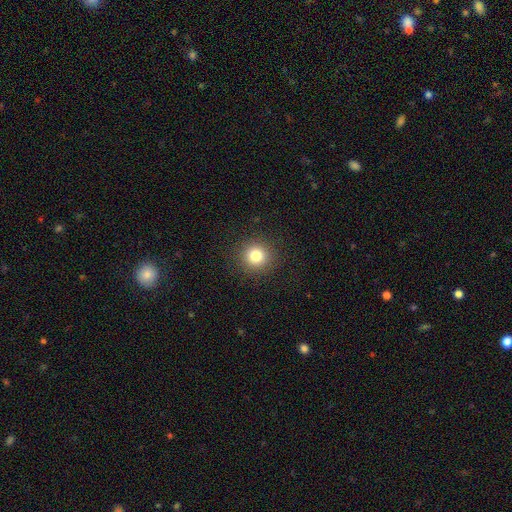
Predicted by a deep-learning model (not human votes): Q: Smooth or featured?
A: smooth (80%); runner-up: star or artifact (13%)
Q: How rounded?
A: round (94%); runner-up: in between (5%)
Q: Merging?
A: none (91%); runner-up: minor disturbance (6%)